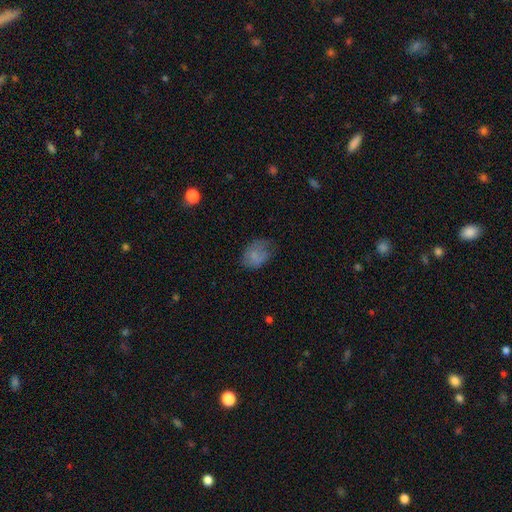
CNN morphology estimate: smooth_or_featured: smooth (p=0.72) [alt: featured or disk p=0.17]
how_rounded: in between (p=0.75) [alt: round p=0.23]
merging: none (p=0.47) [alt: minor disturbance p=0.33]